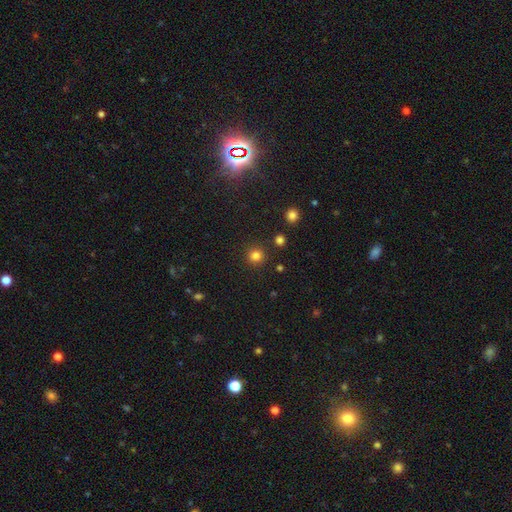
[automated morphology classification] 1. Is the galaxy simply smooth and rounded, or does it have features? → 82% smooth, 14% star or artifact, 4% featured or disk.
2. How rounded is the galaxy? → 94% round, 5% in between, 1% cigar-shaped.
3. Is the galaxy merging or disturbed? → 90% none, 5% minor disturbance, 2% merger, 2% major disturbance.